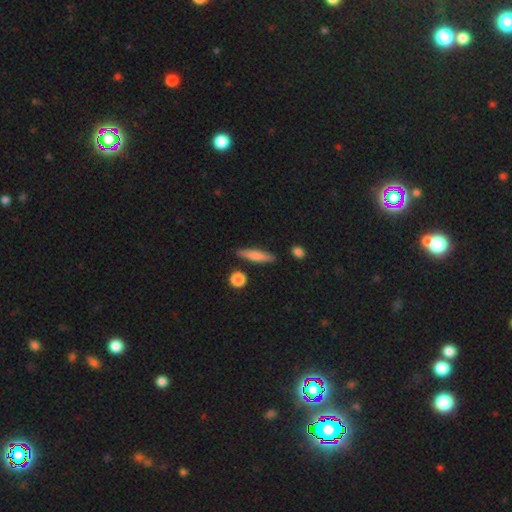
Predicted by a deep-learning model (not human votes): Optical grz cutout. It shows a smooth galaxy with no disk features (69%) that is cigar-shaped (81%). Merging: none (86%).